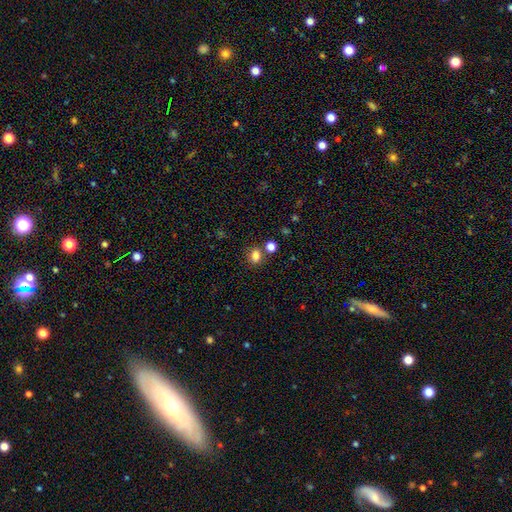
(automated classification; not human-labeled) A smooth galaxy with no disk features (82%) that is in between round and cigar-shaped (50%).

Vote fractions:
- Smooth or featured? smooth: 82% / star or artifact: 13% / featured or disk: 5%
- How rounded? in between: 50% / round: 49% / cigar-shaped: 1%
- Merging? none: 71% / merger: 15% / minor disturbance: 11% / major disturbance: 4%